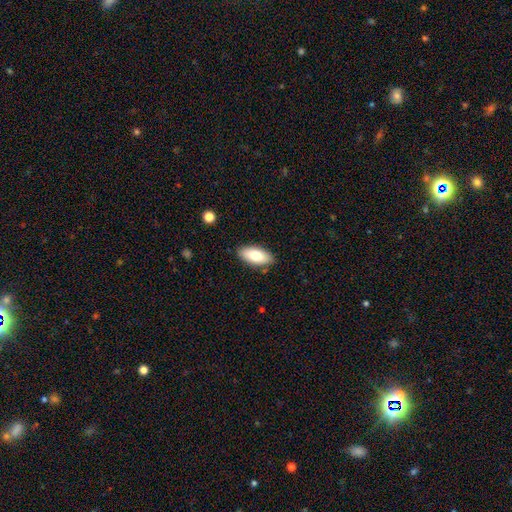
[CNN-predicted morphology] A smooth galaxy with no disk features (79%) that is in between round and cigar-shaped (90%).

Vote fractions:
- Smooth or featured? smooth: 79% / featured or disk: 15% / star or artifact: 6%
- How rounded? in between: 90% / cigar-shaped: 8% / round: 2%
- Merging? none: 86% / minor disturbance: 10% / major disturbance: 2% / merger: 2%